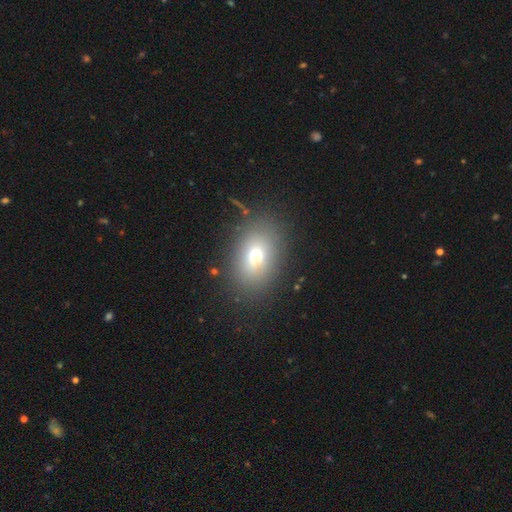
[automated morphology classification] The model was most divided on "smooth or featured": smooth: 69%, featured or disk: 18%, star or artifact: 14%. More confident: merging — none (80%); how rounded — in between (78%).